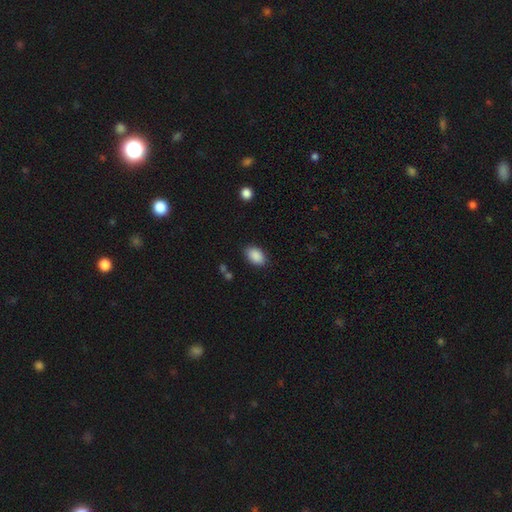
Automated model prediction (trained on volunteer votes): smooth 89%, star or artifact 7%, featured or disk 3%. Down the decision tree: how rounded — in between (89%); merging — none (85%).